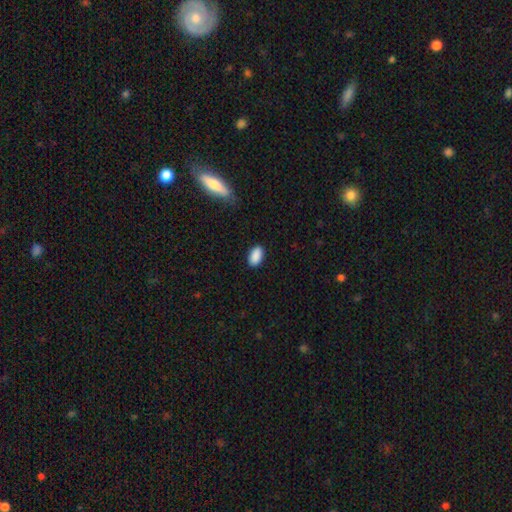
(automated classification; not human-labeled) smooth_or_featured: smooth (p=0.90) [alt: star or artifact p=0.07]
how_rounded: in between (p=0.93) [alt: round p=0.05]
merging: none (p=0.88) [alt: minor disturbance p=0.09]